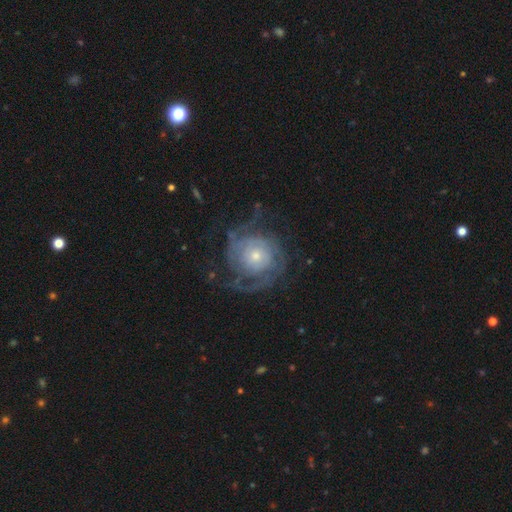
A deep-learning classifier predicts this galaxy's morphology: The model was most divided on "spiral arm count": can't tell: 36%, 2: 30%, 3: 14%, 4: 8%, 1: 7%, more than 4: 6%. More confident: edge-on disk — no (97%); spiral arms — yes (90%); smooth or featured — featured or disk (82%); bar — no (80%); merging — none (64%); spiral winding — tight (62%); bulge size — small (53%).